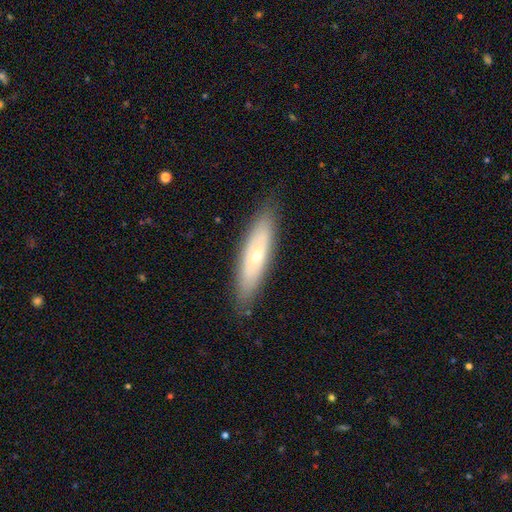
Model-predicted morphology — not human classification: Smooth or featured? featured or disk (49%)
Merging? none (85%)